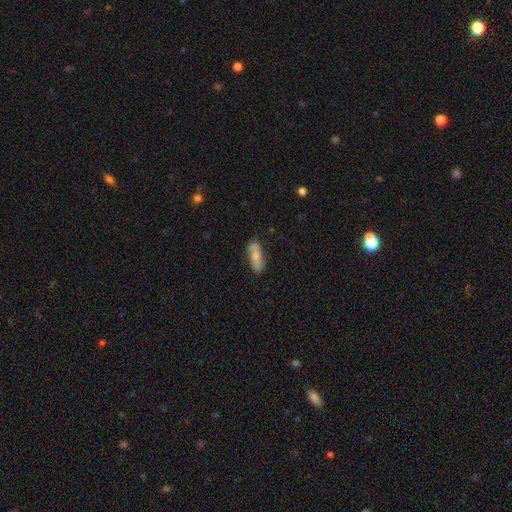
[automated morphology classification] Smooth or featured?
  - smooth: 67% *
  - featured or disk: 26%
  - star or artifact: 6%
How rounded?
  - in between: 63% *
  - cigar-shaped: 35%
  - round: 3%
Merging?
  - none: 76% *
  - minor disturbance: 18%
  - major disturbance: 3%
  - merger: 2%